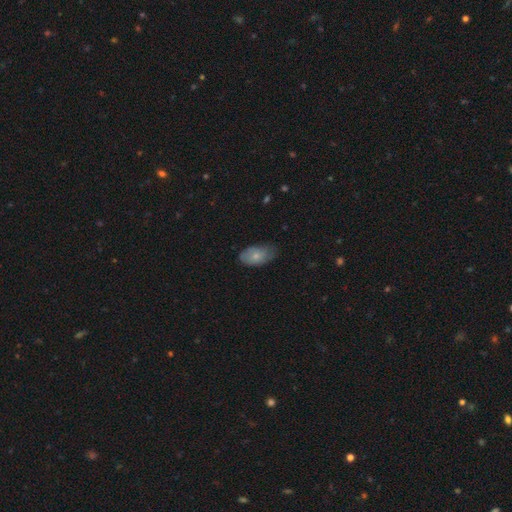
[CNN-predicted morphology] This appears to be a smooth galaxy with no disk features (72%) that is in between round and cigar-shaped (92%). Merging: none (54%).